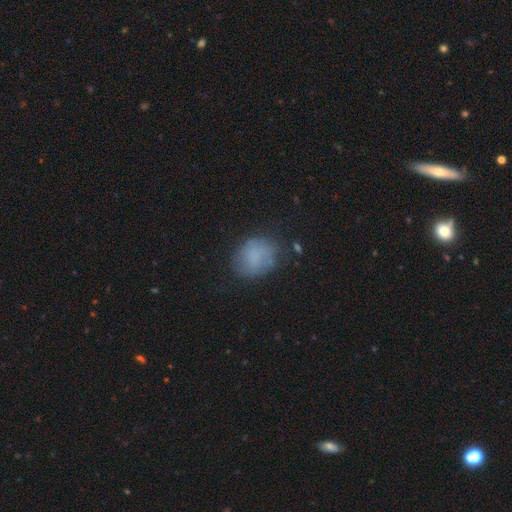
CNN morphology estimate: Smooth or featured?
  - smooth: 71% *
  - featured or disk: 18%
  - star or artifact: 11%
How rounded?
  - round: 55% *
  - in between: 44%
  - cigar-shaped: 1%
Merging?
  - none: 65% *
  - minor disturbance: 23%
  - major disturbance: 10%
  - merger: 3%